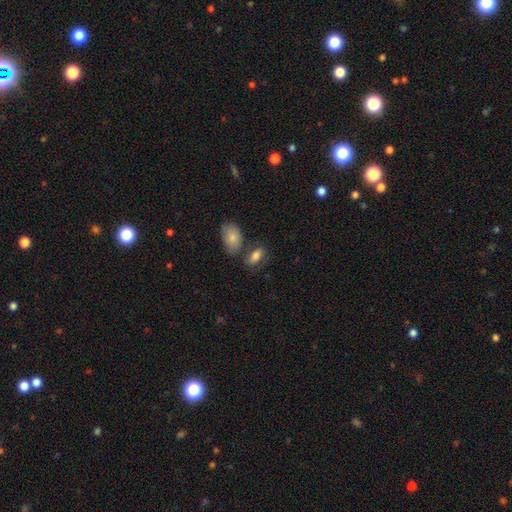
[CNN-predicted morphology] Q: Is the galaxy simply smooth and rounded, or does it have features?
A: smooth — 81%.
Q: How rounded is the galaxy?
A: in between — 89%.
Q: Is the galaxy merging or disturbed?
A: none — 62%.